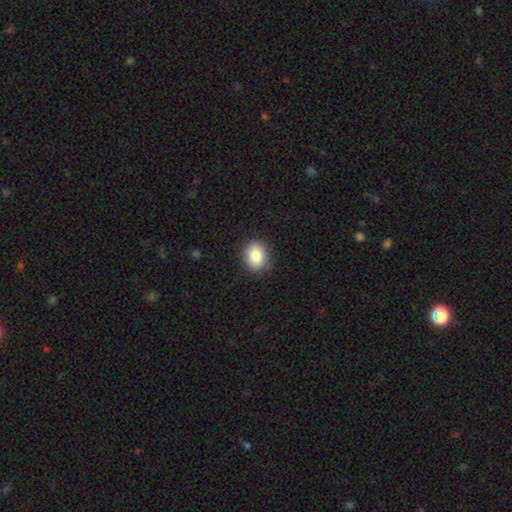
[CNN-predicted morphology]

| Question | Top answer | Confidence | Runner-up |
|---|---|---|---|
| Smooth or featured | smooth | 85% | star or artifact (8%) |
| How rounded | in between | 52% | round (47%) |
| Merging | none | 84% | minor disturbance (12%) |